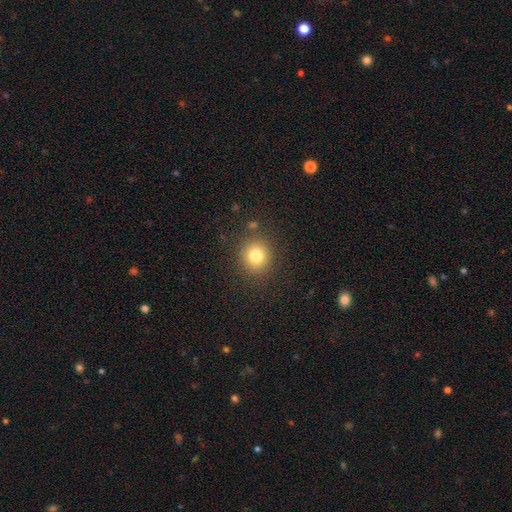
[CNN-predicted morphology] smooth_or_featured: smooth (p=0.79) [alt: star or artifact p=0.13]
how_rounded: round (p=0.86) [alt: in between p=0.14]
merging: none (p=0.87) [alt: minor disturbance p=0.08]